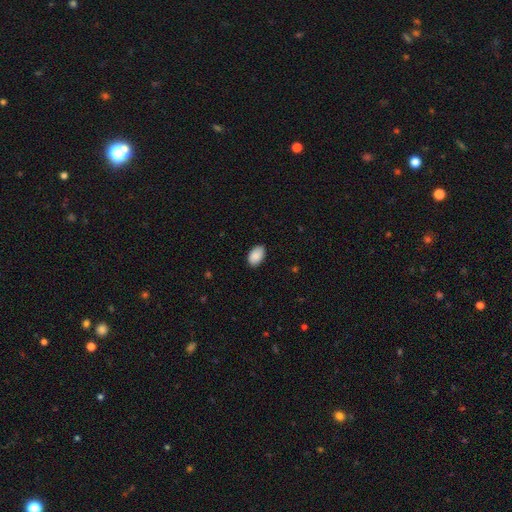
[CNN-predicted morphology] smooth-or-featured: smooth: 90% | star or artifact: 6% | featured or disk: 3%
  how-rounded: in between: 91% | round: 7% | cigar-shaped: 1%
  merging: none: 87% | minor disturbance: 11% | major disturbance: 2% | merger: 1%